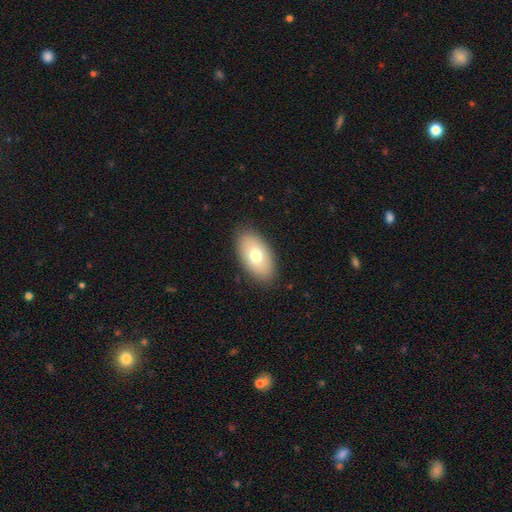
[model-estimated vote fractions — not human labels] Smooth or featured?
  - smooth: 71% *
  - featured or disk: 22%
  - star or artifact: 7%
How rounded?
  - in between: 94% *
  - round: 4%
  - cigar-shaped: 2%
Merging?
  - none: 88% *
  - minor disturbance: 9%
  - major disturbance: 2%
  - merger: 1%